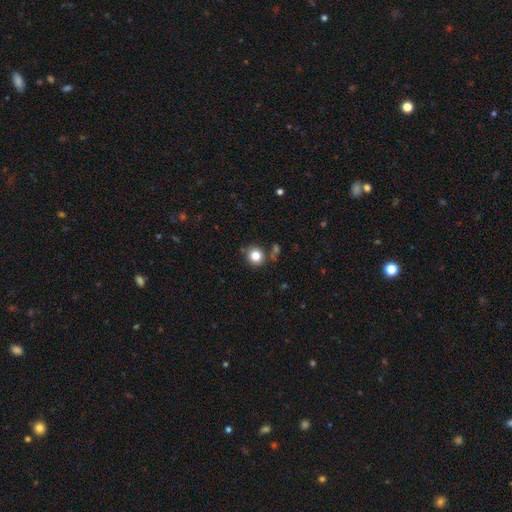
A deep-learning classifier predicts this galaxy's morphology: Overall: smooth (83%). How rounded: round (88%). Merging: none (80%).